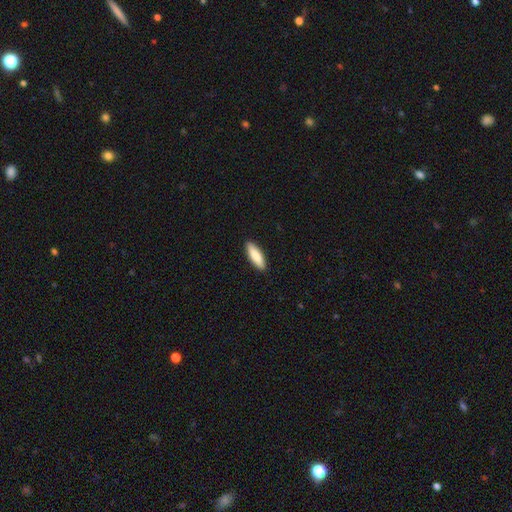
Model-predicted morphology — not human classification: Smooth or featured? Predicted: smooth (p=0.83). How rounded? Predicted: in between (p=0.50). Merging? Predicted: none (p=0.91).